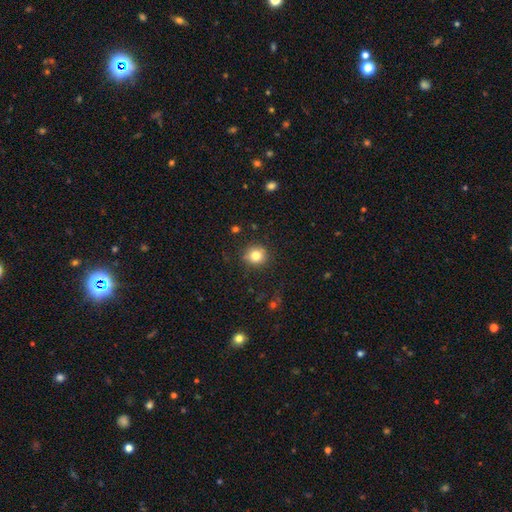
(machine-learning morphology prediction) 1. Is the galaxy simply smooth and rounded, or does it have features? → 80% smooth, 12% star or artifact, 8% featured or disk.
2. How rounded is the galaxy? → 89% round, 10% in between, 1% cigar-shaped.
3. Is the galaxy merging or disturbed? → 86% none, 10% minor disturbance, 3% major disturbance, 1% merger.